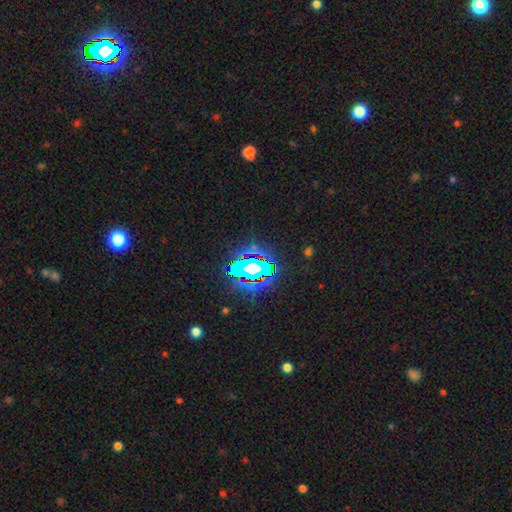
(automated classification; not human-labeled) Smooth or featured: star or artifact — 82% (smooth — 11%)